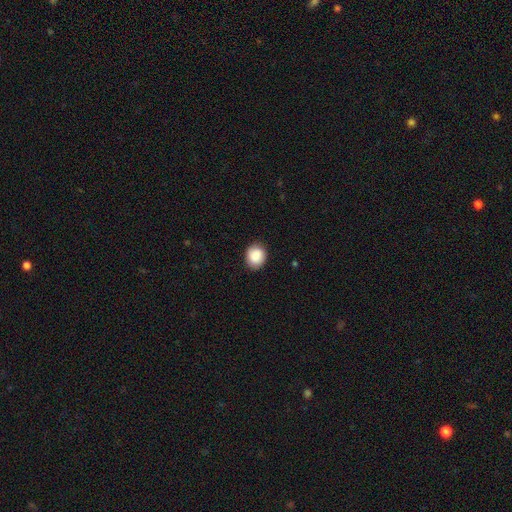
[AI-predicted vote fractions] smooth_or_featured: smooth (p=0.87) [alt: star or artifact p=0.07]
how_rounded: round (p=0.62) [alt: in between p=0.37]
merging: none (p=0.86) [alt: minor disturbance p=0.11]